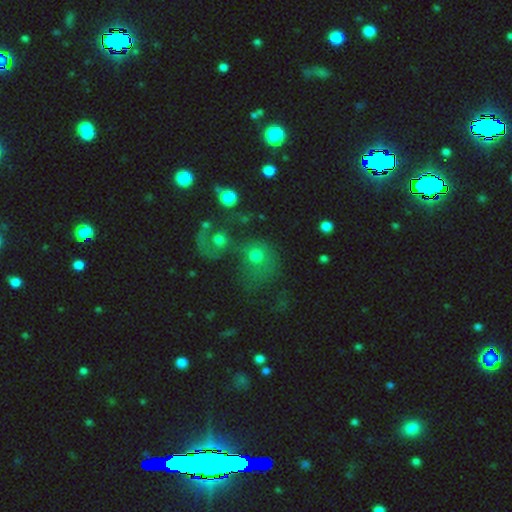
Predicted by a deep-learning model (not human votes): Smooth or featured? smooth (57%)
How rounded? round (73%)
Merging? merger (48%)